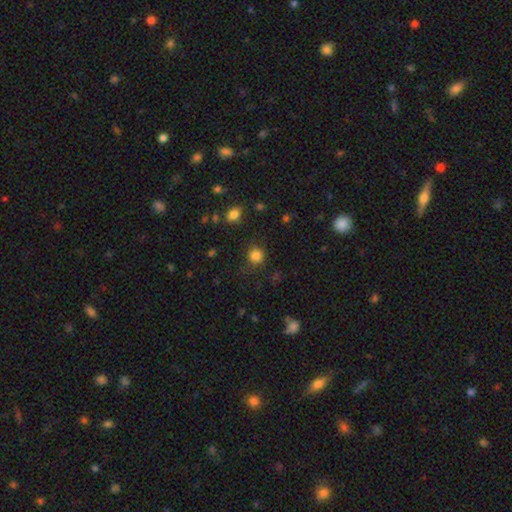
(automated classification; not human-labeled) Overall: smooth (83%). How rounded: round (89%). Merging: none (82%).